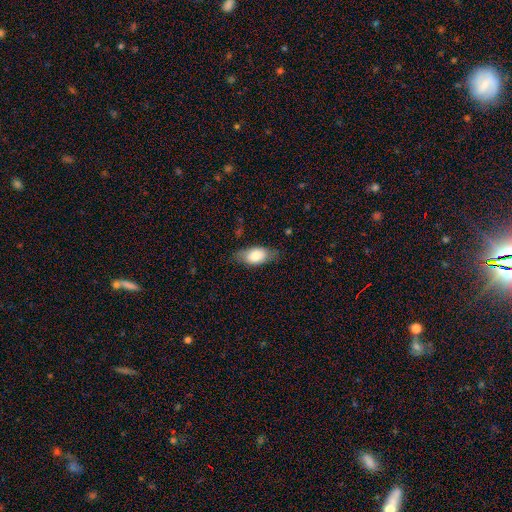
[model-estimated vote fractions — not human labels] The model was most divided on "merging": none: 74%, minor disturbance: 19%, major disturbance: 6%, merger: 1%. More confident: how rounded — in between (90%); smooth or featured — smooth (78%).